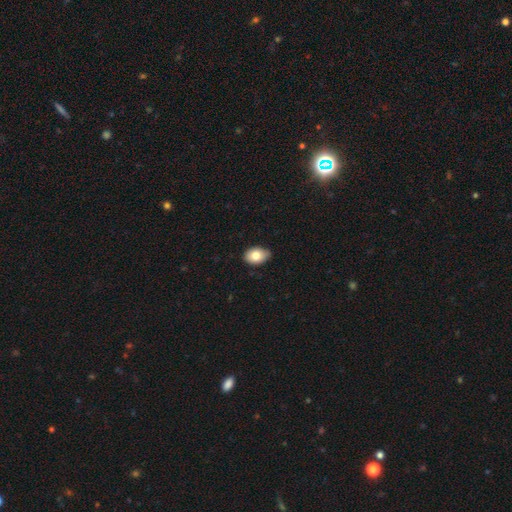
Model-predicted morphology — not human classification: smooth-or-featured: smooth: 80% | featured or disk: 13% | star or artifact: 8%
  how-rounded: in between: 84% | round: 15% | cigar-shaped: 1%
  merging: none: 79% | minor disturbance: 18% | major disturbance: 2% | merger: 1%